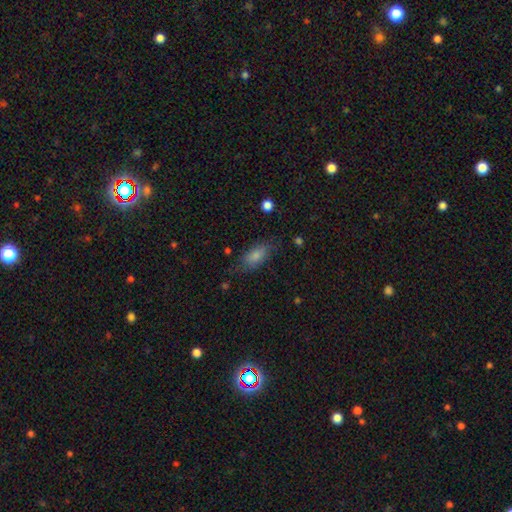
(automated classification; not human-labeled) A smooth galaxy with no disk features (80%) that is in between round and cigar-shaped (85%).

Vote fractions:
- Smooth or featured? smooth: 80% / featured or disk: 12% / star or artifact: 8%
- How rounded? in between: 85% / cigar-shaped: 12% / round: 4%
- Merging? none: 69% / minor disturbance: 21% / major disturbance: 8% / merger: 2%